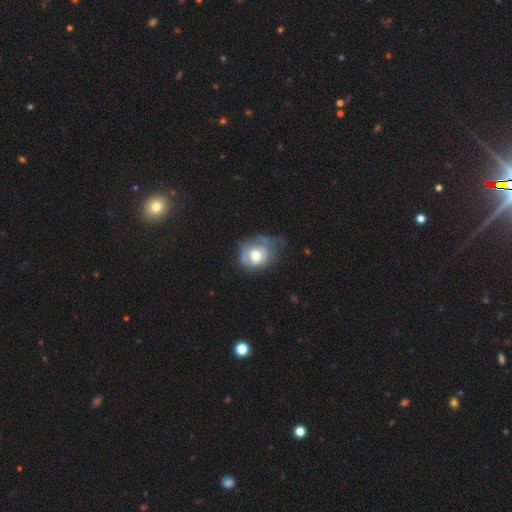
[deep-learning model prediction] The model was most divided on "merging": minor disturbance: 36%, none: 31%, major disturbance: 30%, merger: 4%. More confident: how rounded — round (58%); smooth or featured — smooth (58%).